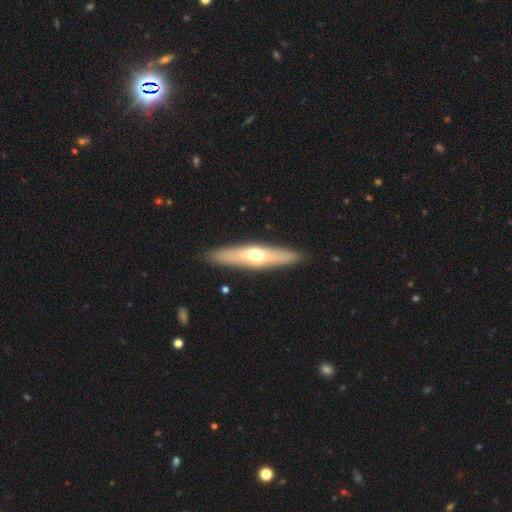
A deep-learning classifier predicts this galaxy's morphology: This appears to be a featured or disk galaxy (51%) viewed edge-on (81%). Merging: none (90%).